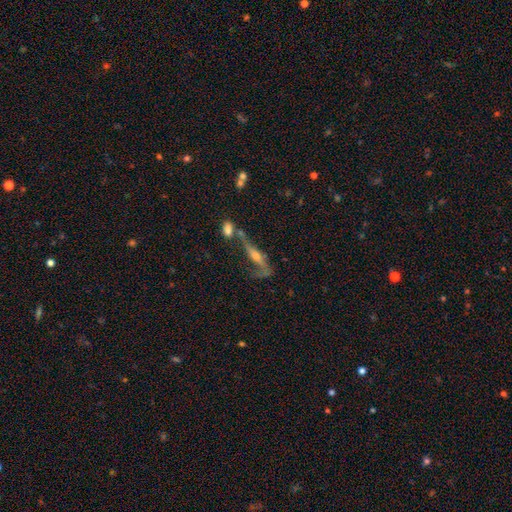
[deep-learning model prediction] Q: Smooth or featured?
A: featured or disk (69%); runner-up: smooth (19%)
Q: Edge-on disk?
A: yes (64%); runner-up: no (36%)
Q: Merging?
A: none (38%); runner-up: merger (26%)